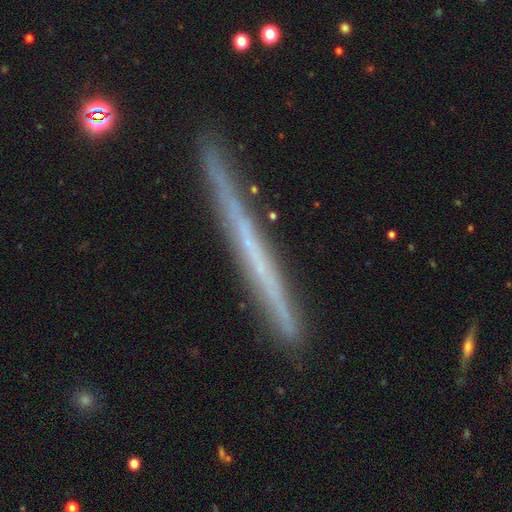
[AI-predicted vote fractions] Overall: featured or disk (59%; smooth 32%). Edge-on disk: yes (97%). Edge-on bulge: none (94%). Merging: none (87%).